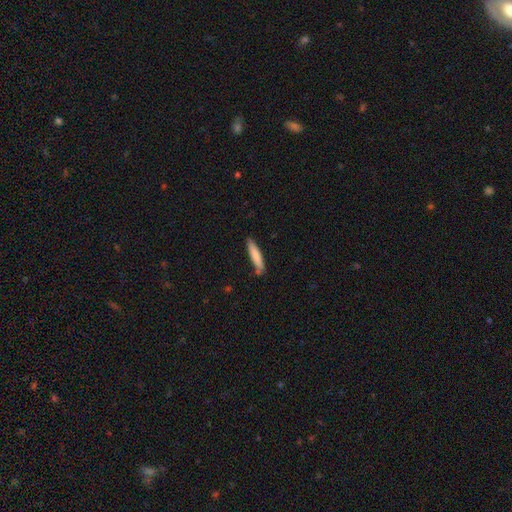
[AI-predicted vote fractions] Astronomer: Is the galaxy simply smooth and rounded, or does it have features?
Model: smooth — 80%.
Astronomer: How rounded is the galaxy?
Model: cigar-shaped — 87%.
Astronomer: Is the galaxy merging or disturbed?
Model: none — 80%.